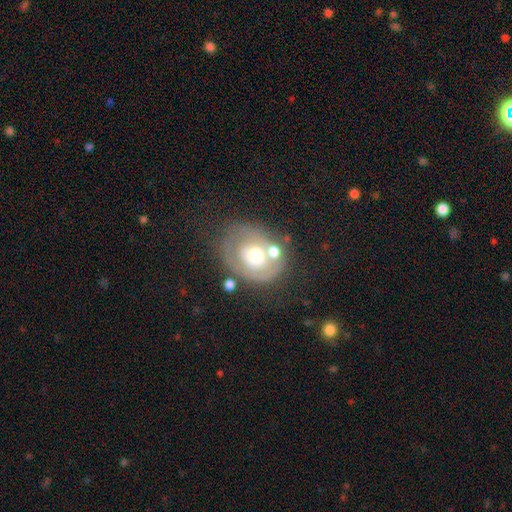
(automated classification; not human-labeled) Q: Smooth or featured?
A: featured or disk (58%); runner-up: smooth (34%)
Q: Edge-on disk?
A: no (95%); runner-up: yes (5%)
Q: Bar?
A: no (85%); runner-up: weak (11%)
Q: Spiral arms?
A: no (66%); runner-up: yes (34%)
Q: Bulge size?
A: moderate (65%); runner-up: large (20%)
Q: Merging?
A: none (53%); runner-up: minor disturbance (20%)